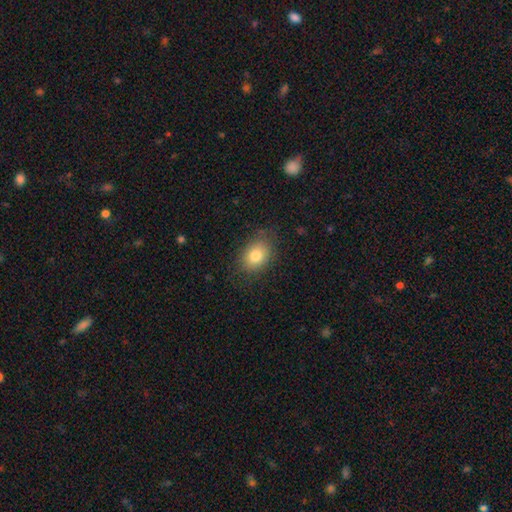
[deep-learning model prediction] Overall: smooth (80%). How rounded: in between (66%; round 33%). Merging: none (78%).